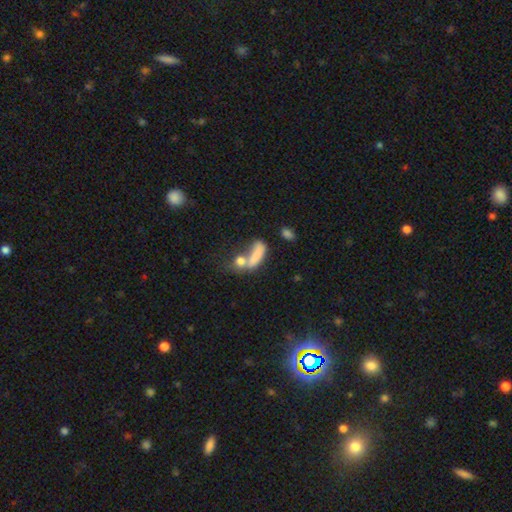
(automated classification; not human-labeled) Smooth or featured? smooth (73%)
How rounded? in between (56%)
Merging? merger (49%)